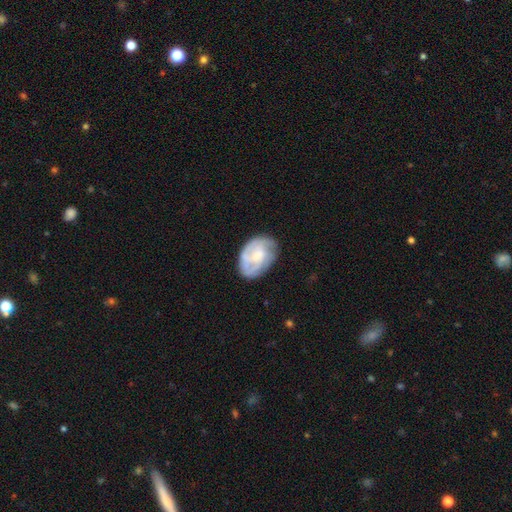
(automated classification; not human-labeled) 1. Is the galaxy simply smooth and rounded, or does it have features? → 60% featured or disk, 34% smooth, 6% star or artifact.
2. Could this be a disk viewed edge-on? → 97% no, 3% yes.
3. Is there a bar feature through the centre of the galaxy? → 71% no, 25% weak, 4% strong.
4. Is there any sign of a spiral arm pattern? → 74% yes, 26% no.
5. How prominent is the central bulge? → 39% moderate, 30% small, 18% none, 11% large, 2% dominant.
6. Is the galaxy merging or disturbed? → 66% none, 23% minor disturbance, 9% major disturbance, 2% merger.